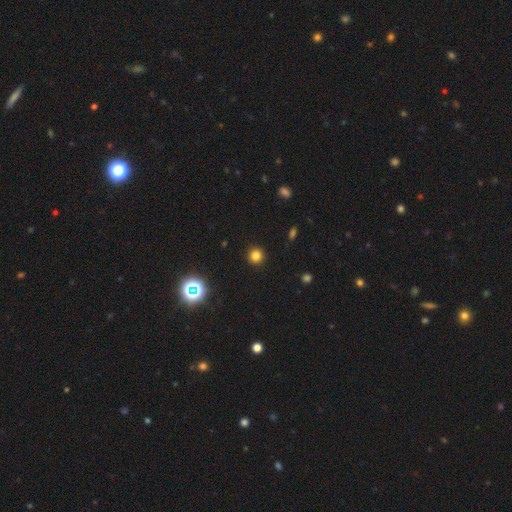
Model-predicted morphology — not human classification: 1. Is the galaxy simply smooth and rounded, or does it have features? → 80% smooth, 15% star or artifact, 5% featured or disk.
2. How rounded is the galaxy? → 94% round, 5% in between, 1% cigar-shaped.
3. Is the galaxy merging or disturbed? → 92% none, 5% minor disturbance, 2% major disturbance, 1% merger.